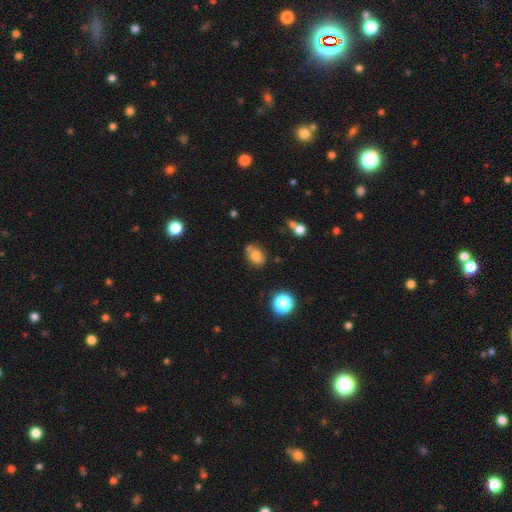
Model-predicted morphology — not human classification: This is likely a smooth galaxy (75%). How rounded: likely in between (71%). Merging: possibly none (59%).